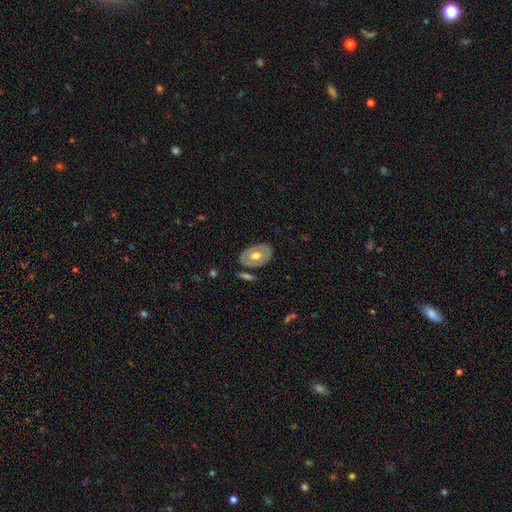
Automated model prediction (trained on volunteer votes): Smooth or featured?
  - featured or disk: 51% *
  - smooth: 44%
  - star or artifact: 5%
Edge-on disk?
  - no: 90% *
  - yes: 10%
Merging?
  - none: 76% *
  - minor disturbance: 14%
  - merger: 6%
  - major disturbance: 4%